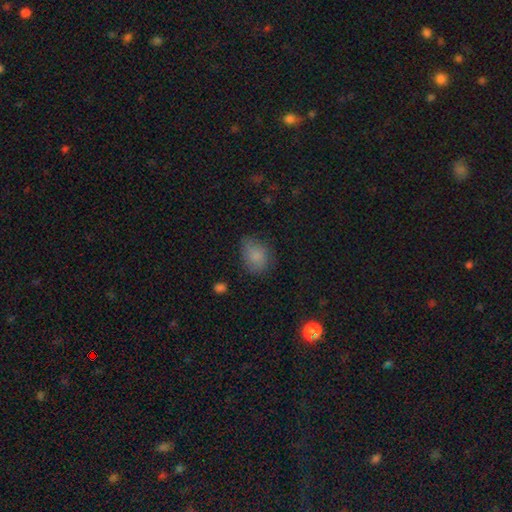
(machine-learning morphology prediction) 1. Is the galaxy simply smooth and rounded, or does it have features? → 80% smooth, 10% star or artifact, 10% featured or disk.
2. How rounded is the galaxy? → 61% in between, 37% round, 1% cigar-shaped.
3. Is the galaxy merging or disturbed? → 64% none, 27% minor disturbance, 8% major disturbance, 2% merger.